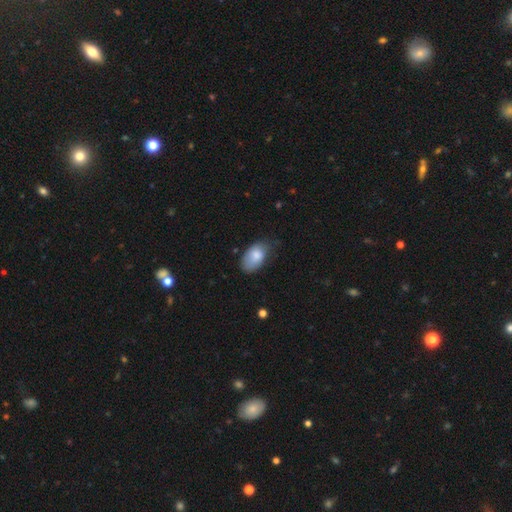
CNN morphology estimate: Smooth or featured?
  - smooth: 81% *
  - featured or disk: 12%
  - star or artifact: 7%
How rounded?
  - in between: 93% *
  - round: 6%
  - cigar-shaped: 1%
Merging?
  - none: 54% *
  - minor disturbance: 35%
  - major disturbance: 9%
  - merger: 2%